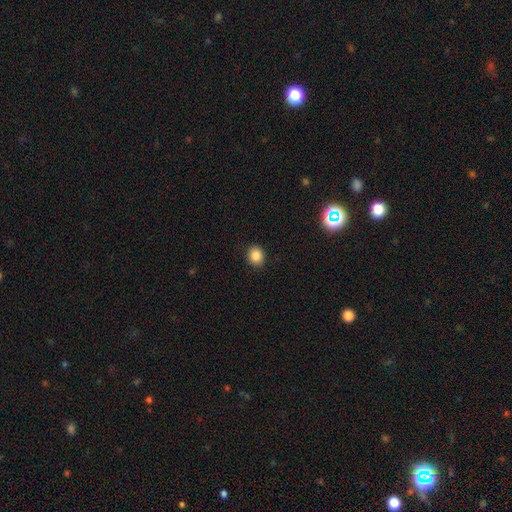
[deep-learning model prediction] This is clearly a smooth galaxy (85%). How rounded: likely round (70%). Merging: clearly none (91%).